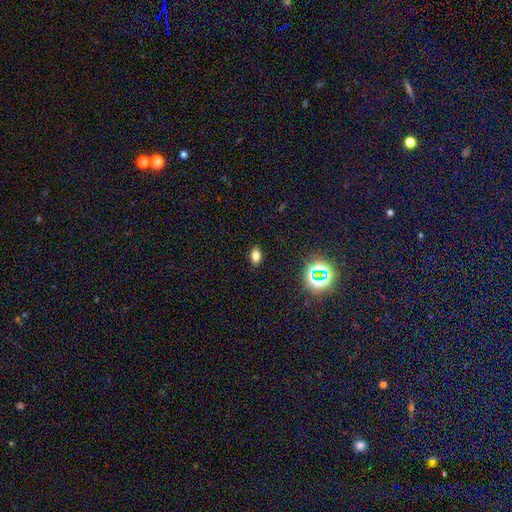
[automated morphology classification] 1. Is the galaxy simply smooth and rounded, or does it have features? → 73% smooth, 19% star or artifact, 7% featured or disk.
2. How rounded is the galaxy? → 87% in between, 11% round, 2% cigar-shaped.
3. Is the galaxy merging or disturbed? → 87% none, 9% minor disturbance, 3% major disturbance, 1% merger.